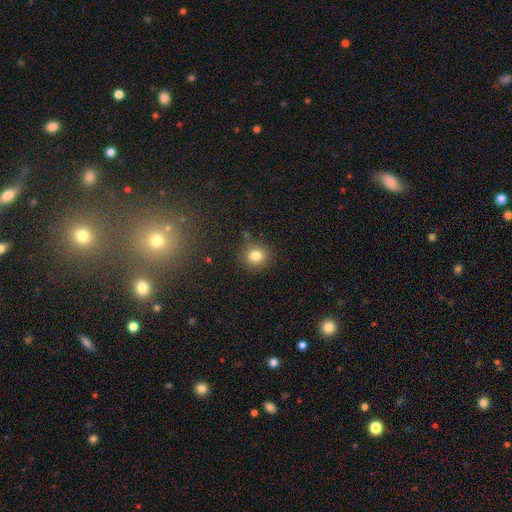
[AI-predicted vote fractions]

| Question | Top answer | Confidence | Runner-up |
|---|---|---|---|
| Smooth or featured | smooth | 80% | star or artifact (12%) |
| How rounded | round | 88% | in between (11%) |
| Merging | none | 83% | minor disturbance (11%) |